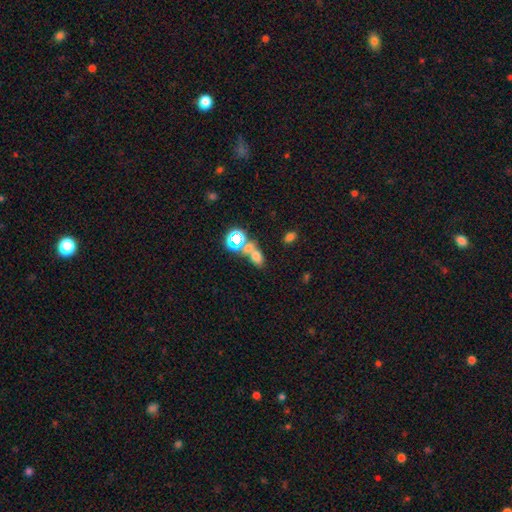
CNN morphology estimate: Q: Smooth or featured?
A: smooth (60%); runner-up: star or artifact (28%)
Q: How rounded?
A: in between (77%); runner-up: round (20%)
Q: Merging?
A: none (42%); runner-up: merger (41%)